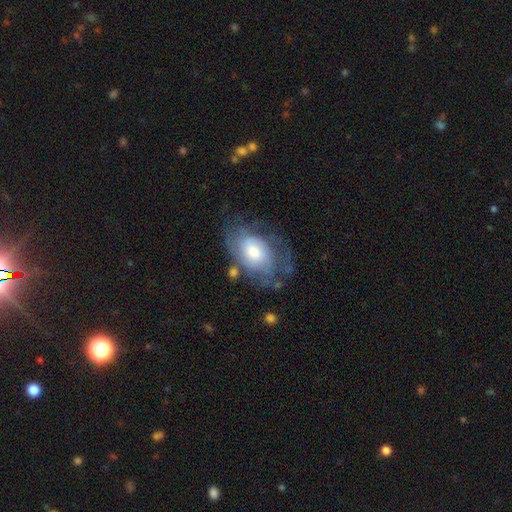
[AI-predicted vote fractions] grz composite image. It shows a featured or disk galaxy (68%) with no bar (72%), tight (54%) spiral arms (79%) and a moderate central bulge (54%). Merging: none (60%).